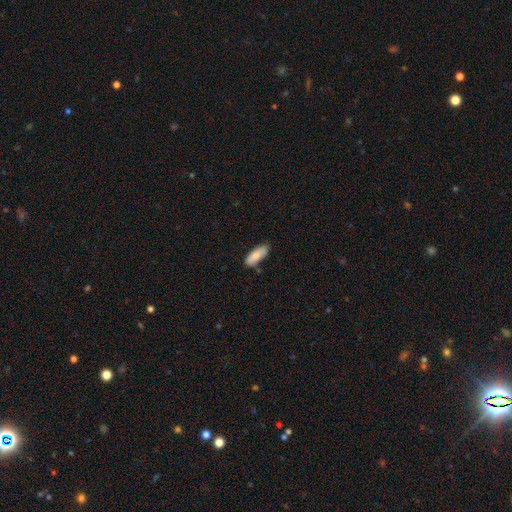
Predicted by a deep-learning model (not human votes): smooth 83%, featured or disk 11%, star or artifact 6%. Down the decision tree: how rounded — in between (71%); merging — none (72%).